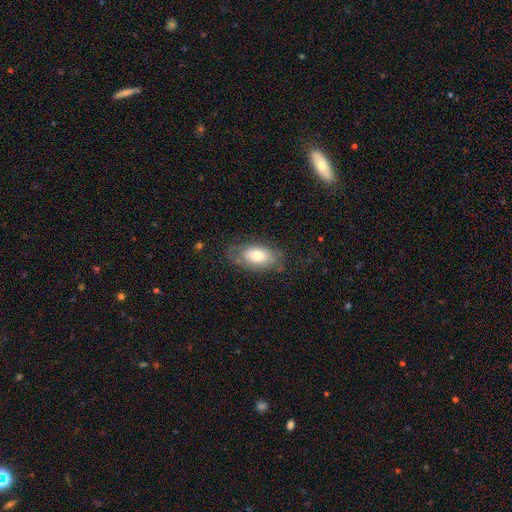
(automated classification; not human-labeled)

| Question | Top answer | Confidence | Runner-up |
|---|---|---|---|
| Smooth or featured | smooth | 69% | featured or disk (23%) |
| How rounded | in between | 92% | round (4%) |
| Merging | none | 68% | minor disturbance (21%) |